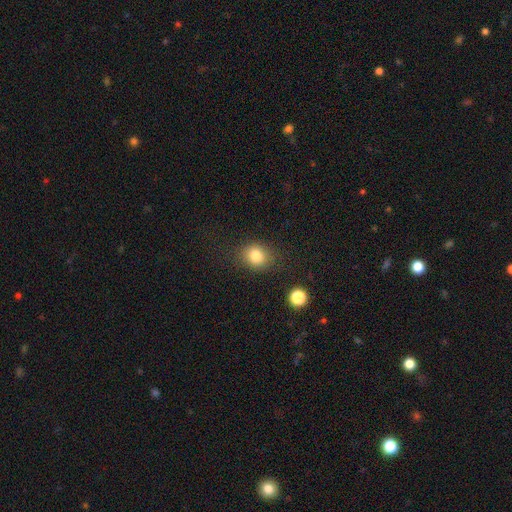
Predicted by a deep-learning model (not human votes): A smooth galaxy with no disk features (81%) that is round (67%).

Vote fractions:
- Smooth or featured? smooth: 81% / star or artifact: 12% / featured or disk: 7%
- How rounded? round: 67% / in between: 32% / cigar-shaped: 1%
- Merging? none: 82% / minor disturbance: 12% / major disturbance: 4% / merger: 2%